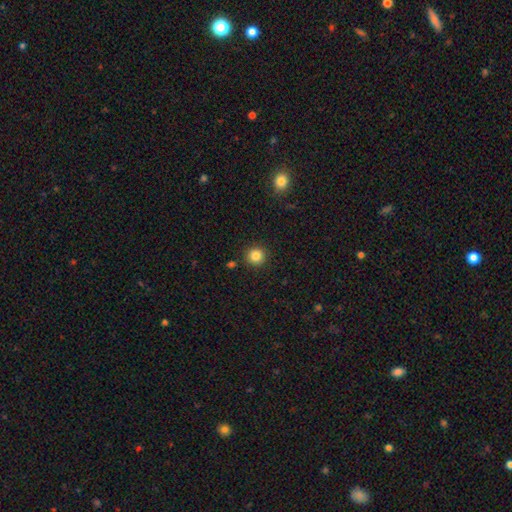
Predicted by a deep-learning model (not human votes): Smooth or featured? Predicted: smooth (p=0.84). How rounded? Predicted: round (p=0.94). Merging? Predicted: none (p=0.90).